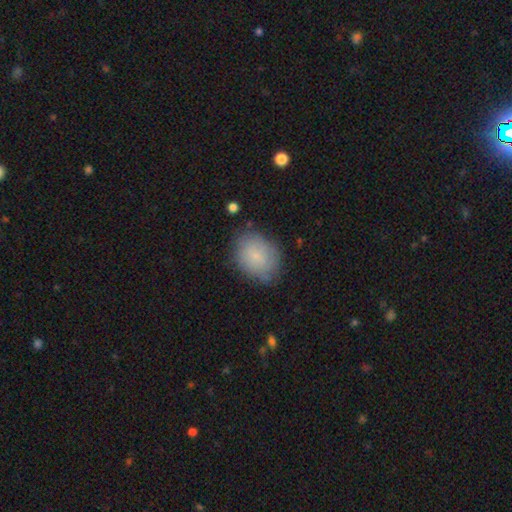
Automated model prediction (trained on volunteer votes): The model was most divided on "how rounded": in between: 64%, round: 34%, cigar-shaped: 1%. More confident: smooth or featured — smooth (78%); merging — none (75%).